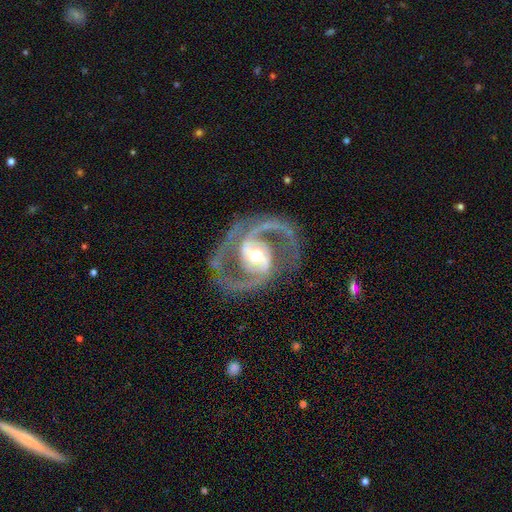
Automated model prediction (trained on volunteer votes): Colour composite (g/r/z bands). It shows a featured or disk galaxy (93%) with a strong bar (47%), 2 (92%) medium (65%) spiral arms (97%) and a moderate central bulge (66%). Merging: none (78%).